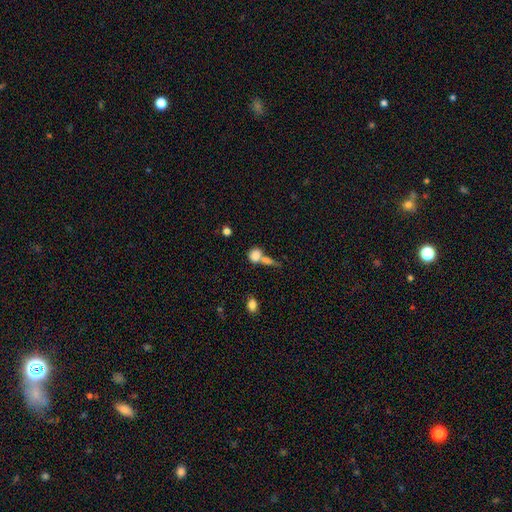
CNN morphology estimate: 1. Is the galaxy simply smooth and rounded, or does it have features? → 81% smooth, 10% featured or disk, 9% star or artifact.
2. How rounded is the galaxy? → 54% round, 42% in between, 4% cigar-shaped.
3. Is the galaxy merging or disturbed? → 54% merger, 31% none, 9% minor disturbance, 6% major disturbance.